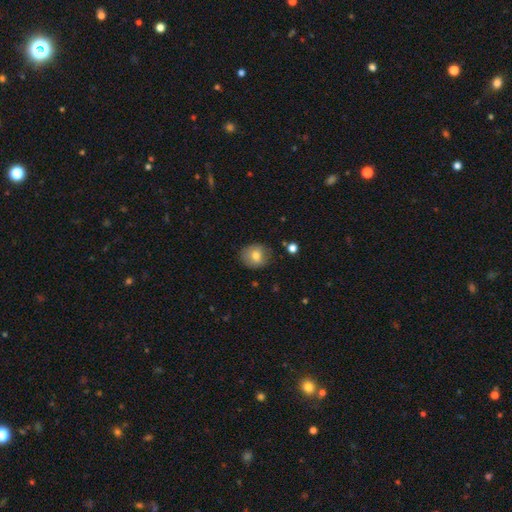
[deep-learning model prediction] Q: Smooth or featured?
A: smooth (75%); runner-up: featured or disk (16%)
Q: How rounded?
A: round (76%); runner-up: in between (23%)
Q: Merging?
A: none (79%); runner-up: minor disturbance (16%)